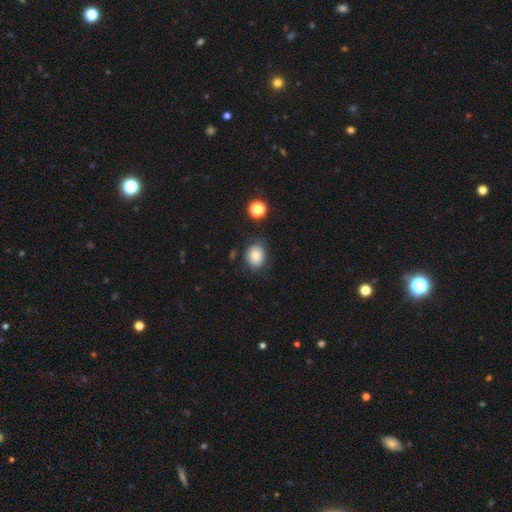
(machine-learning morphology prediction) This appears to be a smooth galaxy with no disk features (83%) that is round (50%). Merging: none (76%).